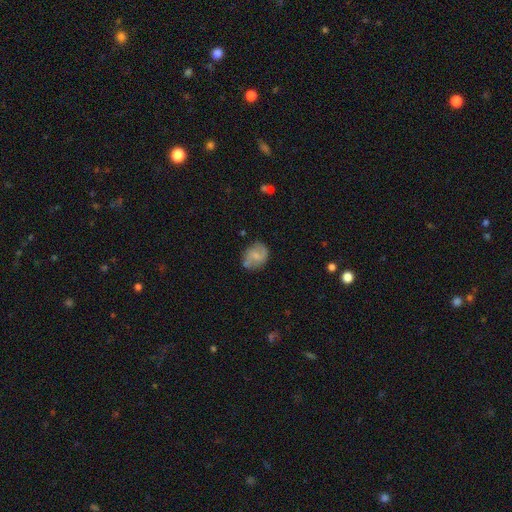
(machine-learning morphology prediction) The model was most divided on "smooth or featured": featured or disk: 48%, smooth: 44%, star or artifact: 8%. More confident: merging — none (71%).